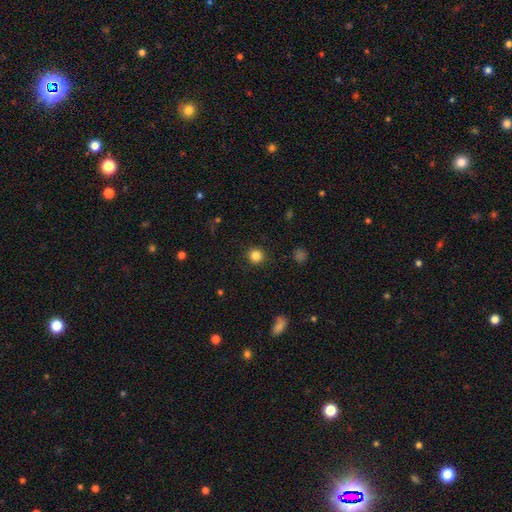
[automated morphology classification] Smooth or featured?
  - smooth: 84% *
  - star or artifact: 12%
  - featured or disk: 4%
How rounded?
  - round: 94% *
  - in between: 5%
  - cigar-shaped: 1%
Merging?
  - none: 91% *
  - minor disturbance: 6%
  - major disturbance: 2%
  - merger: 1%